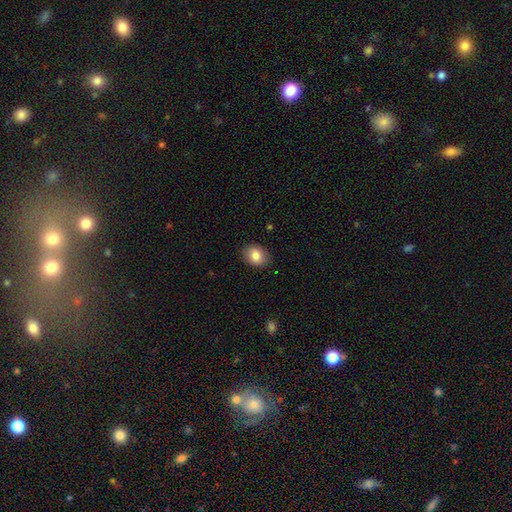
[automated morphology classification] smooth 84%, star or artifact 8%, featured or disk 7%. Down the decision tree: how rounded — in between (59%); merging — none (87%).